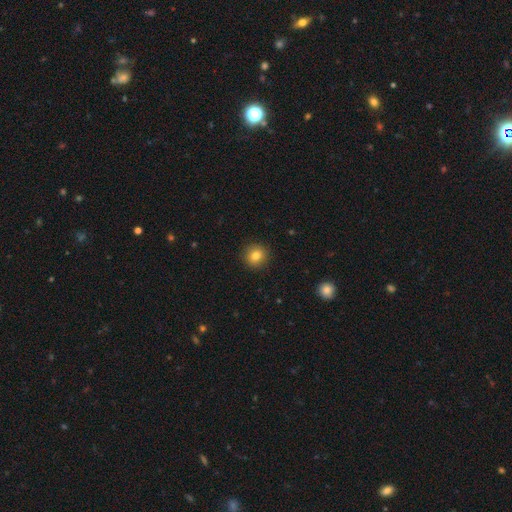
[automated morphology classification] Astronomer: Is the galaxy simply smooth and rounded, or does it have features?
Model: smooth — 82%.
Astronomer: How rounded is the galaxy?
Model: round — 90%.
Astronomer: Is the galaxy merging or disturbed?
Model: none — 92%.